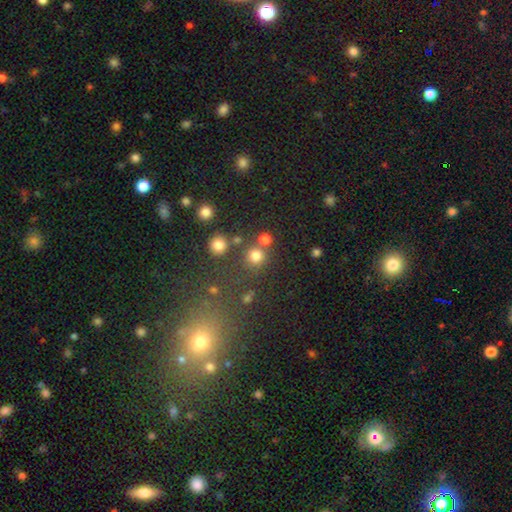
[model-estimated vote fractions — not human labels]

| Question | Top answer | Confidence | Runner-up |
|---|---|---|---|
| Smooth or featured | smooth | 77% | star or artifact (17%) |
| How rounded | round | 92% | in between (7%) |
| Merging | none | 75% | merger (13%) |